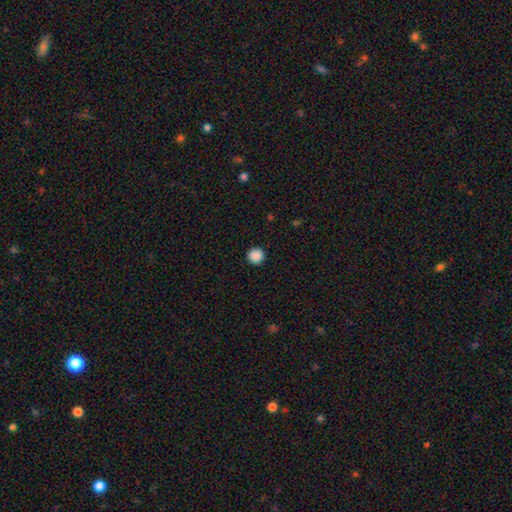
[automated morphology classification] Smooth or featured? Predicted: smooth (p=0.89). How rounded? Predicted: round (p=0.96). Merging? Predicted: none (p=0.93).